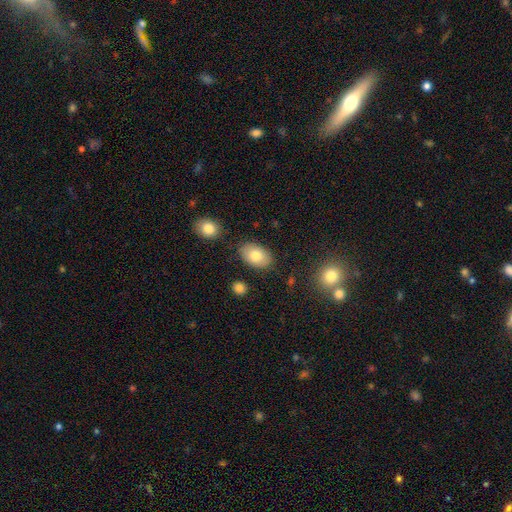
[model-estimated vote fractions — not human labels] The model was most divided on "smooth or featured": smooth: 79%, featured or disk: 14%, star or artifact: 7%. More confident: how rounded — in between (89%); merging — none (81%).